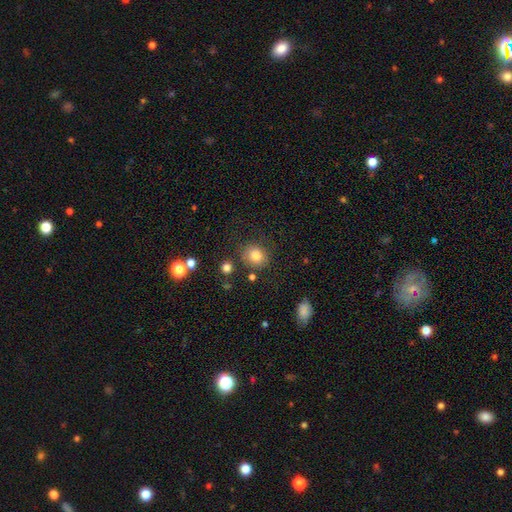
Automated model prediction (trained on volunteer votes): Morphology: type=smooth (81%); roundness=round (79%); merging=none (78%).